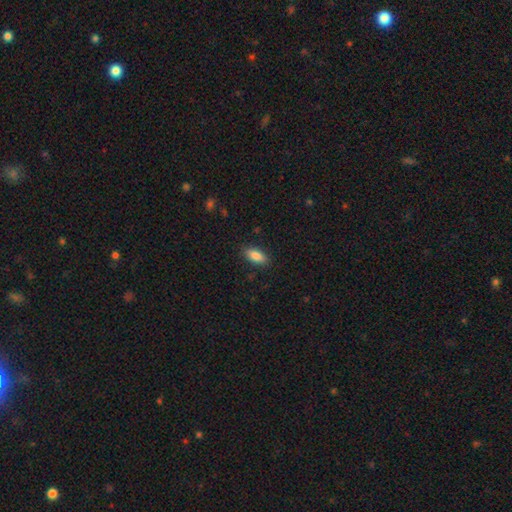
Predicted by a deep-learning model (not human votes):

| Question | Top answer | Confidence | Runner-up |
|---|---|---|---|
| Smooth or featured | smooth | 87% | star or artifact (7%) |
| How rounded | in between | 87% | cigar-shaped (10%) |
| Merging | none | 87% | minor disturbance (10%) |